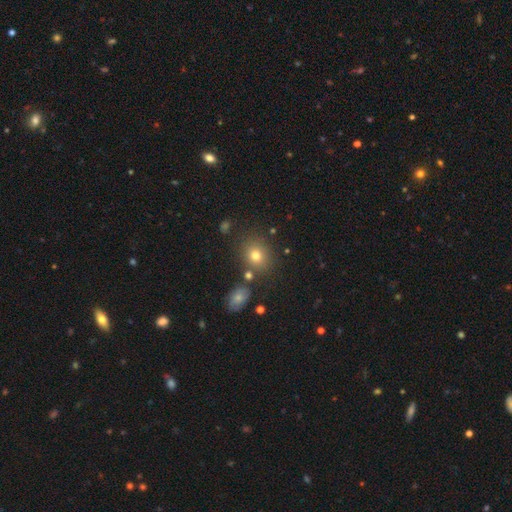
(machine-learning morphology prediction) smooth_or_featured: smooth (p=0.74) [alt: star or artifact p=0.15]
how_rounded: round (p=0.72) [alt: in between p=0.27]
merging: none (p=0.76) [alt: minor disturbance p=0.11]